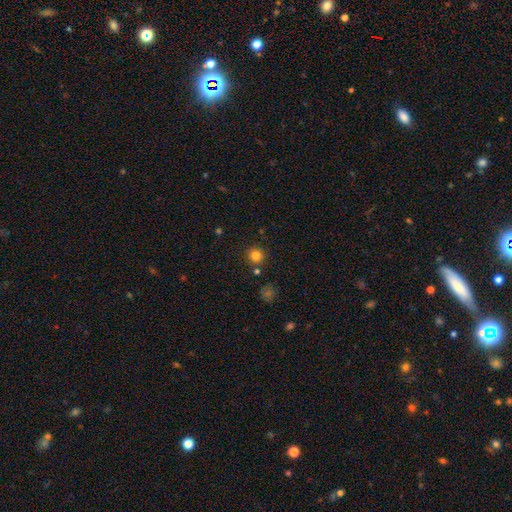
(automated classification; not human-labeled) smooth 82%, star or artifact 13%, featured or disk 5%. Down the decision tree: how rounded — round (92%); merging — none (85%).